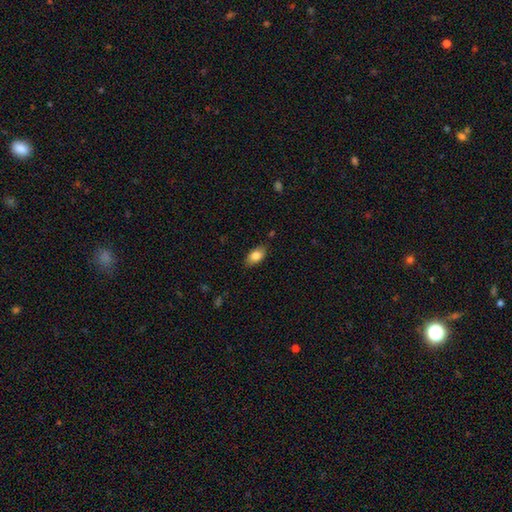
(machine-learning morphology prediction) Smooth or featured? Predicted: smooth (p=0.83). How rounded? Predicted: in between (p=0.90). Merging? Predicted: none (p=0.82).